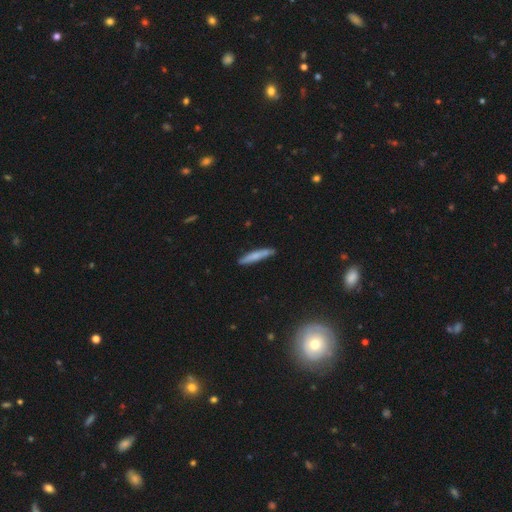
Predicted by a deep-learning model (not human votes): Q: Smooth or featured?
A: smooth (69%); runner-up: featured or disk (25%)
Q: How rounded?
A: cigar-shaped (93%); runner-up: in between (6%)
Q: Merging?
A: none (83%); runner-up: minor disturbance (13%)